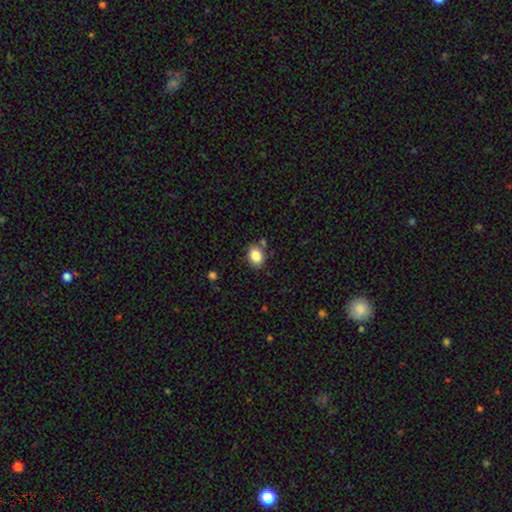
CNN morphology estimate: Q: Smooth or featured?
A: smooth (85%); runner-up: star or artifact (9%)
Q: How rounded?
A: in between (61%); runner-up: round (39%)
Q: Merging?
A: none (75%); runner-up: minor disturbance (14%)